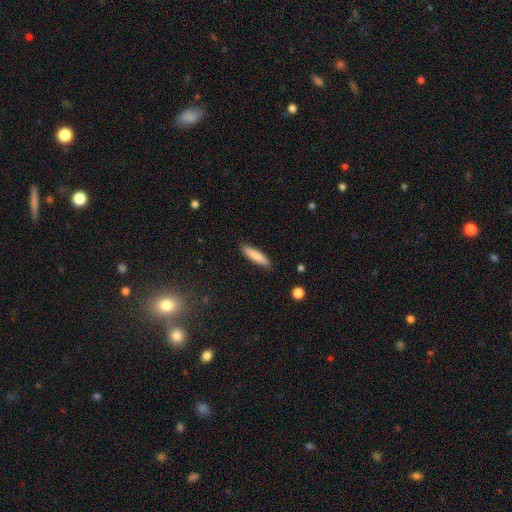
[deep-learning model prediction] Smooth or featured? Predicted: smooth (p=0.84). How rounded? Predicted: cigar-shaped (p=0.80). Merging? Predicted: none (p=0.88).